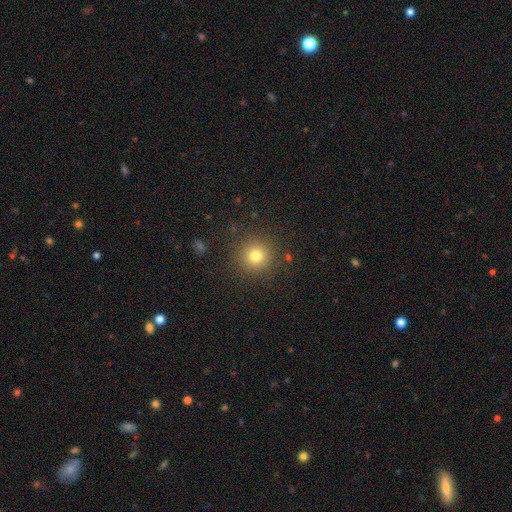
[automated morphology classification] A smooth galaxy with no disk features (78%) that is round (95%).

Vote fractions:
- Smooth or featured? smooth: 78% / star or artifact: 15% / featured or disk: 8%
- How rounded? round: 95% / in between: 4% / cigar-shaped: 1%
- Merging? none: 89% / minor disturbance: 7% / major disturbance: 3% / merger: 2%